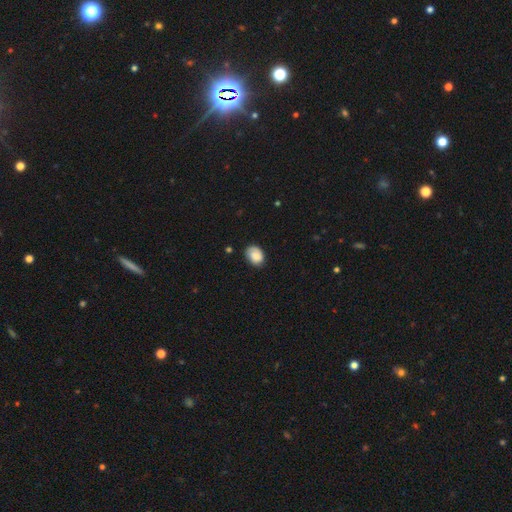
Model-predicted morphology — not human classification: The model was most divided on "how rounded": in between: 69%, round: 30%, cigar-shaped: 1%. More confident: smooth or featured — smooth (73%); merging — none (66%).